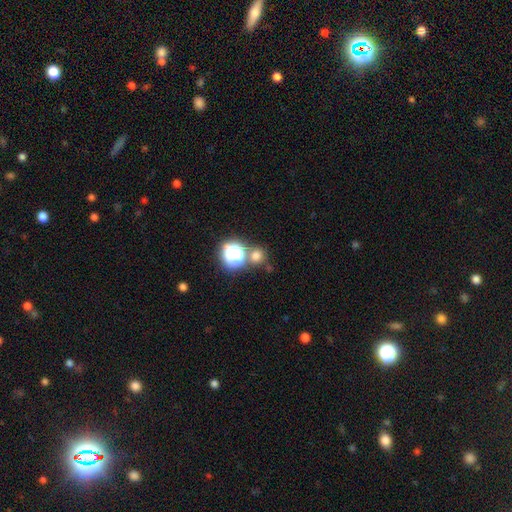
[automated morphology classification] Smooth or featured?
  - smooth: 67% *
  - star or artifact: 26%
  - featured or disk: 7%
How rounded?
  - round: 88% *
  - in between: 11%
  - cigar-shaped: 1%
Merging?
  - none: 67% *
  - merger: 21%
  - minor disturbance: 8%
  - major disturbance: 4%